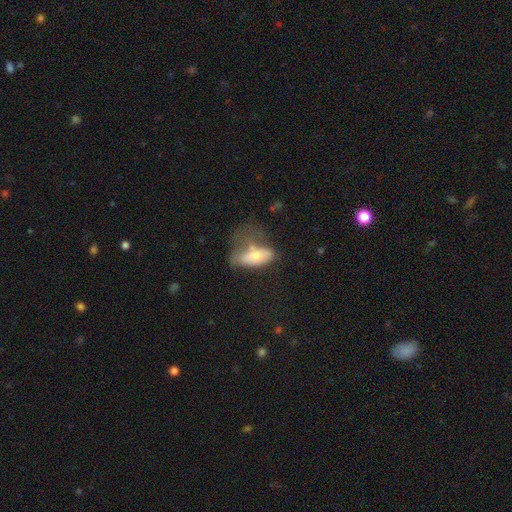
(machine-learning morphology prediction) Smooth or featured? smooth (63%)
How rounded? in between (85%)
Merging? major disturbance (41%)